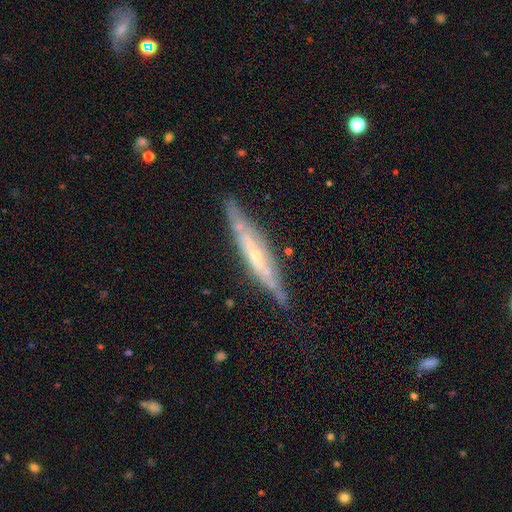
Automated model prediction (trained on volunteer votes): This is likely a featured or disk galaxy (73%). It is clearly viewed edge-on (80%). Edge-on bulge: possibly rounded (47%). Merging: likely none (75%).